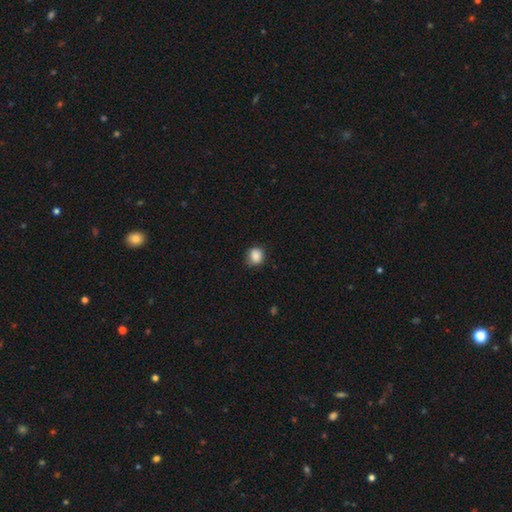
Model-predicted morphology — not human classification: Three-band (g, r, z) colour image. It shows a smooth galaxy with no disk features (87%) that is round (76%). Merging: none (77%).